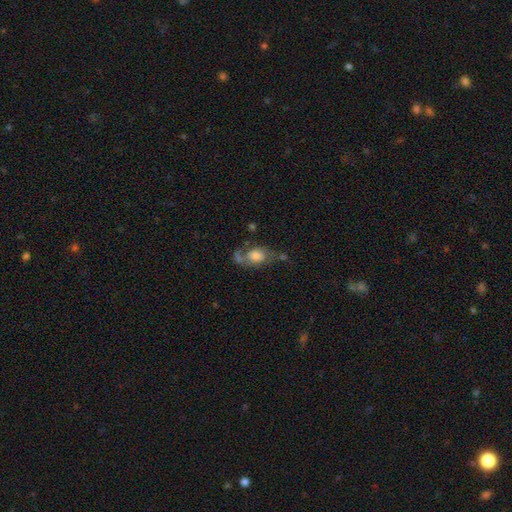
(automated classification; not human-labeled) featured or disk 57%, smooth 34%, star or artifact 8%. Down the decision tree: edge-on disk — no (94%); bar — no (73%); spiral arms — yes (81%); bulge size — moderate (38%); merging — none (44%).